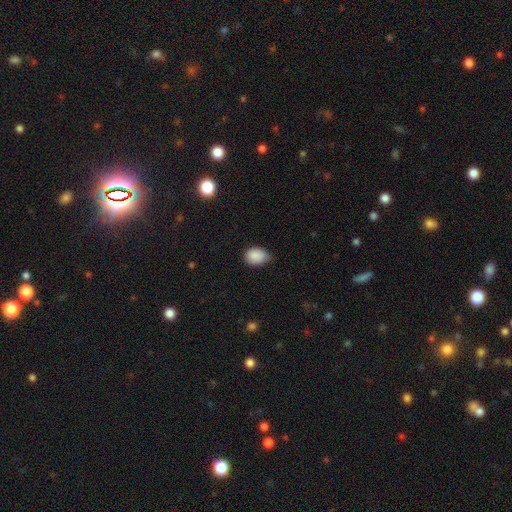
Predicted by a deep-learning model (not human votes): Q: Smooth or featured?
A: smooth (88%); runner-up: star or artifact (8%)
Q: How rounded?
A: in between (68%); runner-up: round (30%)
Q: Merging?
A: none (58%); runner-up: minor disturbance (36%)